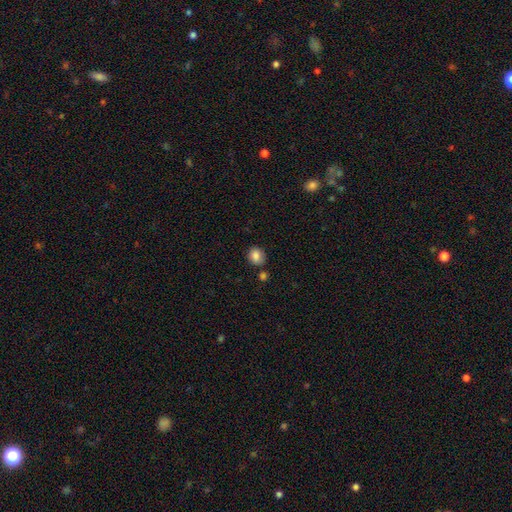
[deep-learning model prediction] Q: Smooth or featured?
A: smooth (85%); runner-up: star or artifact (9%)
Q: How rounded?
A: round (68%); runner-up: in between (31%)
Q: Merging?
A: none (78%); runner-up: minor disturbance (12%)